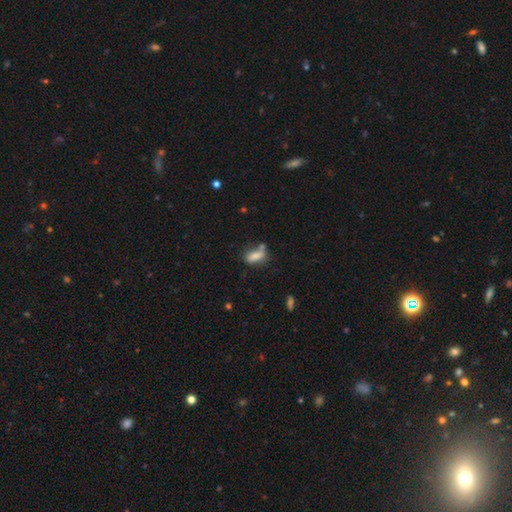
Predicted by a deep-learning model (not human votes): The model was most divided on "merging": none: 47%, minor disturbance: 23%, merger: 19%, major disturbance: 10%. More confident: smooth or featured — smooth (78%); how rounded — in between (75%).